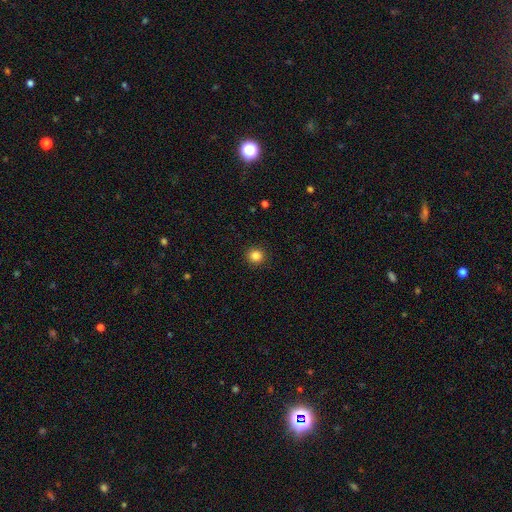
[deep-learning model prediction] This is clearly a smooth galaxy (85%). How rounded: clearly round (94%). Merging: clearly none (92%).